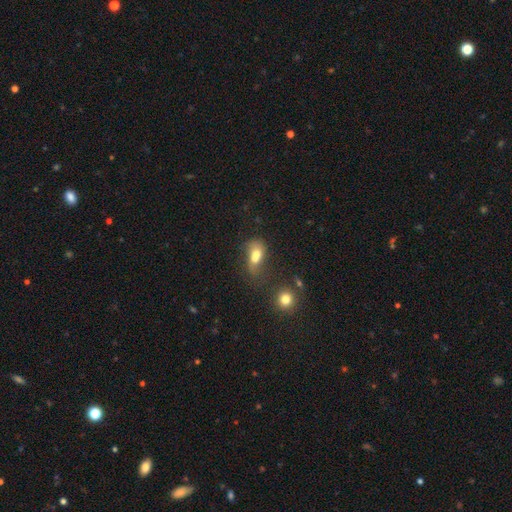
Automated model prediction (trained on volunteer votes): Smooth or featured? smooth (70%)
How rounded? in between (71%)
Merging? merger (58%)